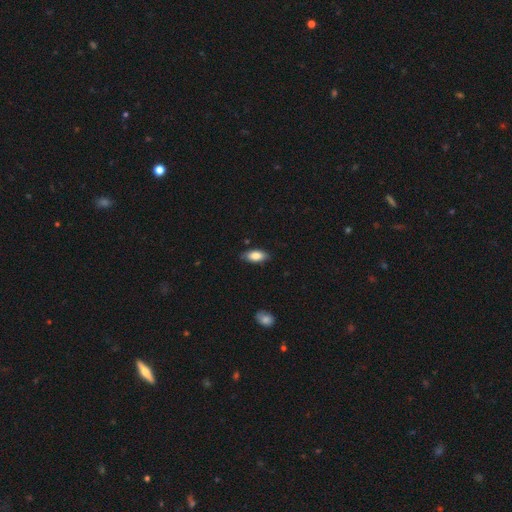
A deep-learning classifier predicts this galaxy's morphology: Smooth or featured?
  - smooth: 84% *
  - featured or disk: 10%
  - star or artifact: 6%
How rounded?
  - in between: 89% *
  - cigar-shaped: 8%
  - round: 3%
Merging?
  - none: 82% *
  - minor disturbance: 14%
  - major disturbance: 2%
  - merger: 1%